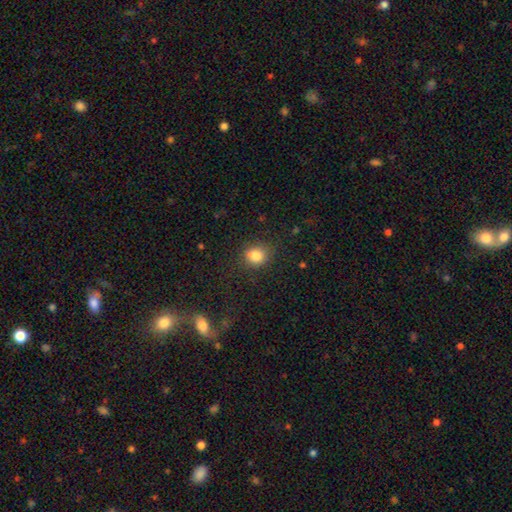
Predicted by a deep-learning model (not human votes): Overall: smooth (82%). How rounded: round (63%; in between 35%). Merging: none (78%).